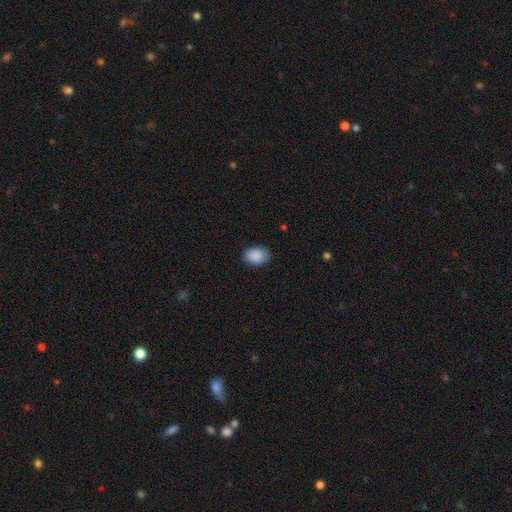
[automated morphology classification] A smooth galaxy with no disk features (90%) that is in between round and cigar-shaped (81%). Merging: none (86%).